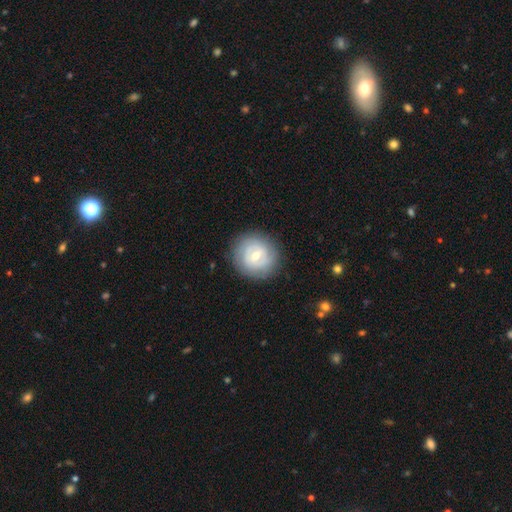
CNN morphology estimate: This is possibly a featured or disk galaxy (57%). It is clearly not viewed edge-on (97%). Bar: possibly weak (52%). Spiral arm pattern: possibly yes (58%). Central bulge: possibly moderate (59%). Merging: clearly none (86%).